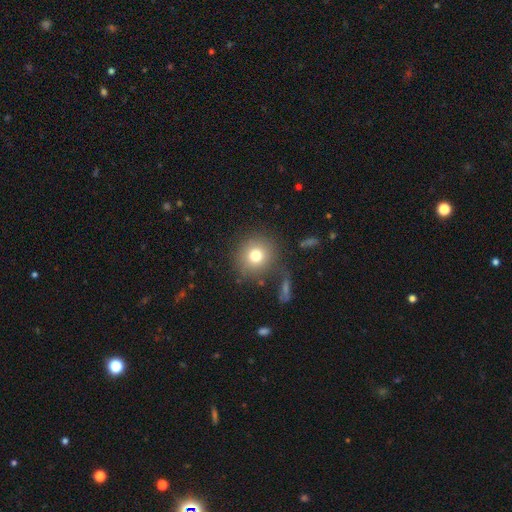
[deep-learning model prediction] Smooth or featured? Predicted: smooth (p=0.76). How rounded? Predicted: round (p=0.91). Merging? Predicted: none (p=0.80).